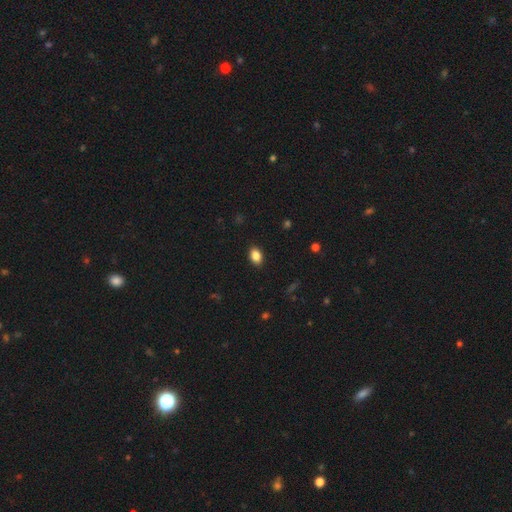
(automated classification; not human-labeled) smooth 86%, star or artifact 9%, featured or disk 5%. Down the decision tree: how rounded — in between (83%); merging — none (89%).